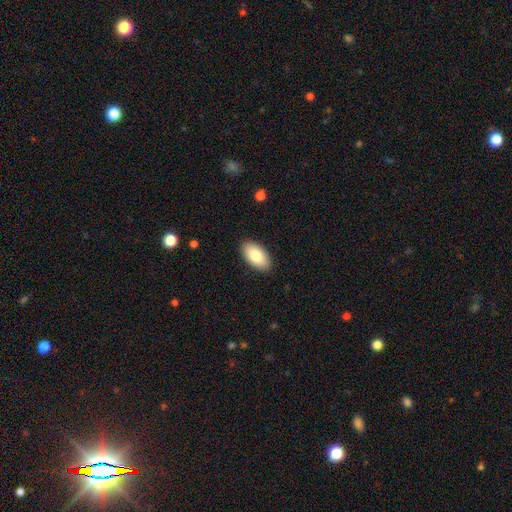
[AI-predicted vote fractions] A smooth galaxy with no disk features (84%) that is in between round and cigar-shaped (95%). Merging: none (89%).